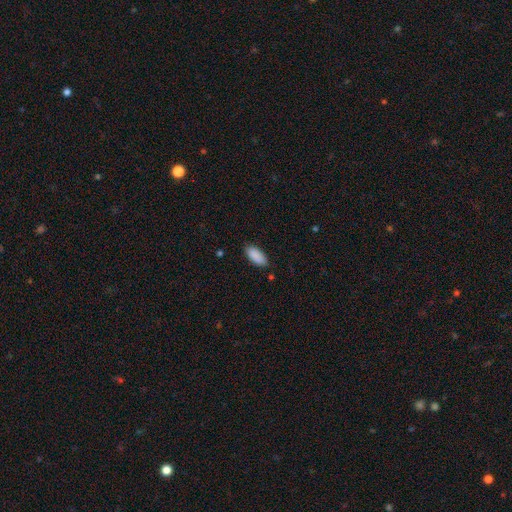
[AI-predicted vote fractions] Overall: smooth (90%). How rounded: in between (90%). Merging: none (84%).